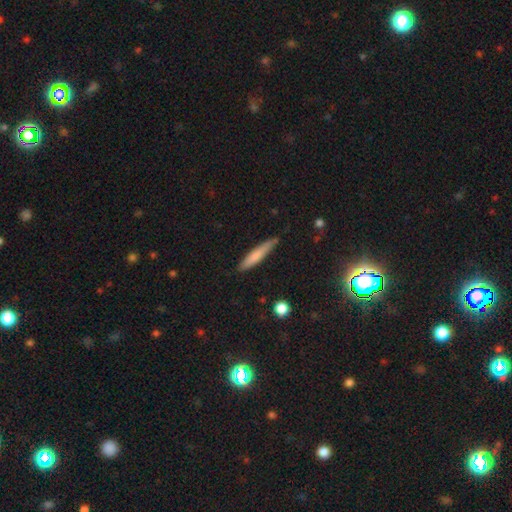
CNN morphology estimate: This is likely a smooth galaxy (72%). How rounded: clearly cigar-shaped (91%). Merging: clearly none (81%).